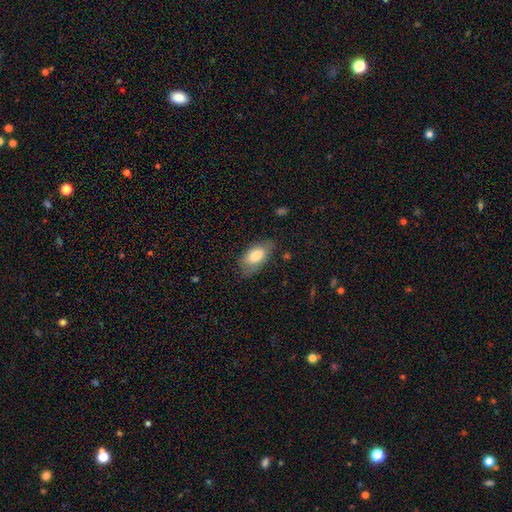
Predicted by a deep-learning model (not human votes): Overall: smooth (79%). How rounded: in between (91%). Merging: none (71%).